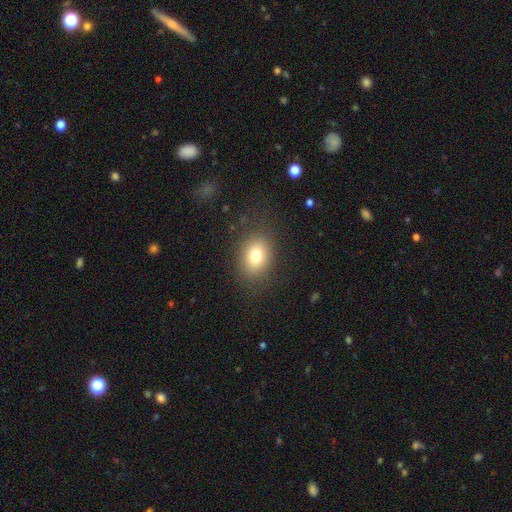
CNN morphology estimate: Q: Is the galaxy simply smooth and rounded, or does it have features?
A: smooth — 77%.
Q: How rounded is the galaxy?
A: in between — 62%.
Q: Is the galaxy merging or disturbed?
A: none — 83%.